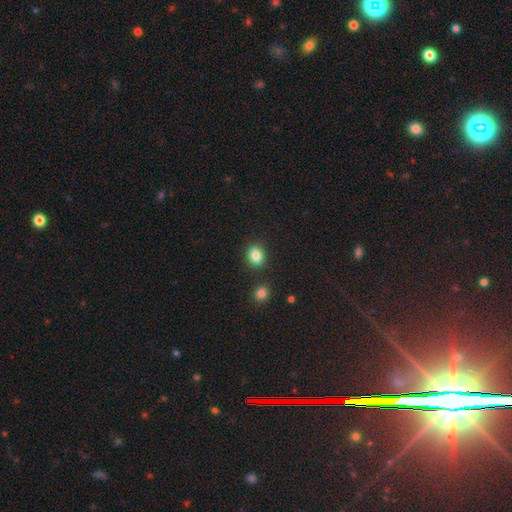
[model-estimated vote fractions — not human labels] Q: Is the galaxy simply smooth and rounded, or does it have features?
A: smooth — 85%.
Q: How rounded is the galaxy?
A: round — 54%.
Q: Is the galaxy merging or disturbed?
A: none — 85%.